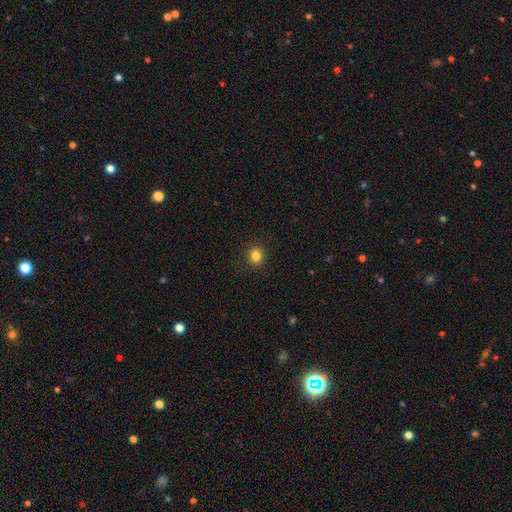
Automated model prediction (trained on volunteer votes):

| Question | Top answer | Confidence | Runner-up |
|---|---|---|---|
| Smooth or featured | smooth | 84% | star or artifact (12%) |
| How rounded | round | 81% | in between (18%) |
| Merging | none | 90% | minor disturbance (6%) |